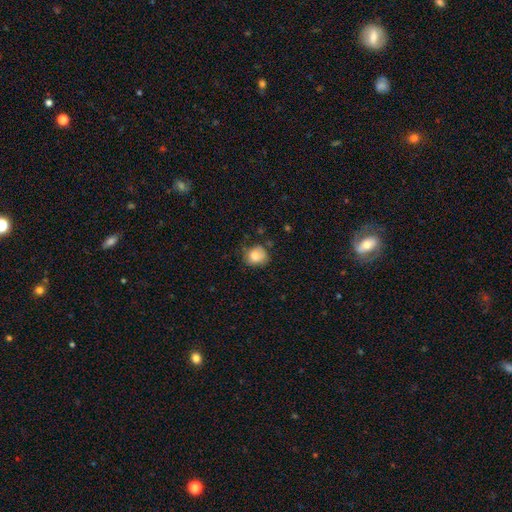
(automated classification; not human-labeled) Smooth or featured? Predicted: smooth (p=0.80). How rounded? Predicted: round (p=0.68). Merging? Predicted: none (p=0.55).